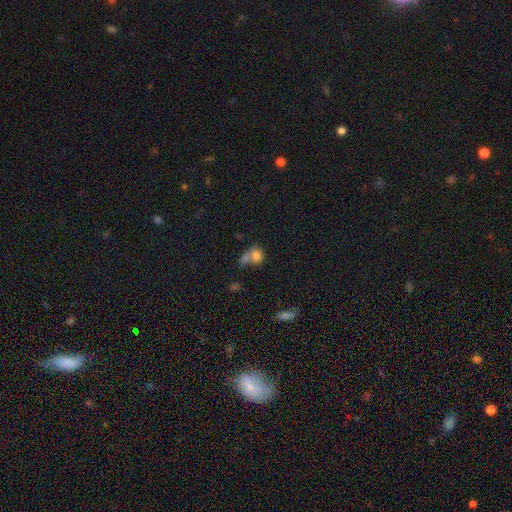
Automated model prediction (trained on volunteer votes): This appears to be a smooth galaxy with no disk features (69%) that is round (58%). Merging: merger (45%).